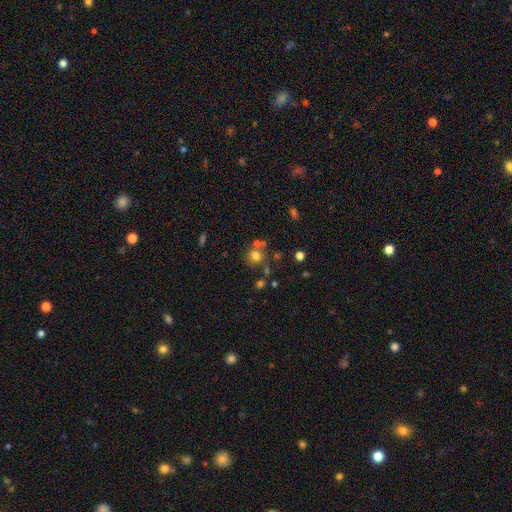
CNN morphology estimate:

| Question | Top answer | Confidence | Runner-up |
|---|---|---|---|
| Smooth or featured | smooth | 71% | star or artifact (17%) |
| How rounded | round | 83% | in between (16%) |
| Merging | none | 59% | merger (24%) |